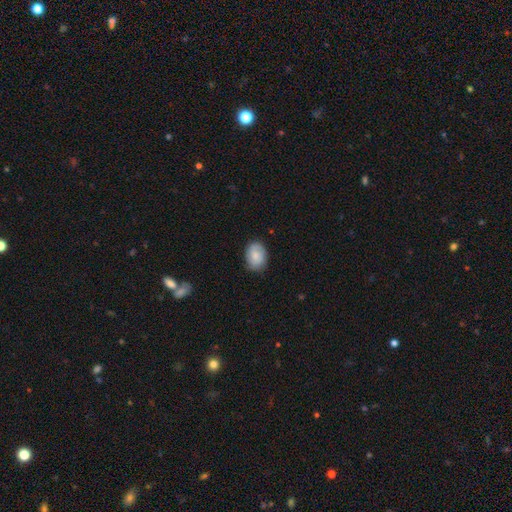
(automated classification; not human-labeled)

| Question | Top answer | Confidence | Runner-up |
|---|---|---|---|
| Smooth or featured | smooth | 79% | featured or disk (15%) |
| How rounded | in between | 73% | round (26%) |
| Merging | none | 80% | minor disturbance (16%) |